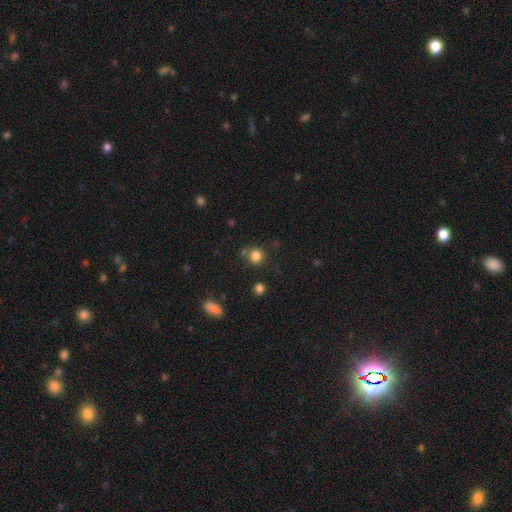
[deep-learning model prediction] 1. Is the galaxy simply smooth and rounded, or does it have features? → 81% smooth, 13% star or artifact, 5% featured or disk.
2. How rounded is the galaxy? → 86% round, 13% in between, 1% cigar-shaped.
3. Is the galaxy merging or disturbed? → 73% none, 12% minor disturbance, 11% merger, 4% major disturbance.